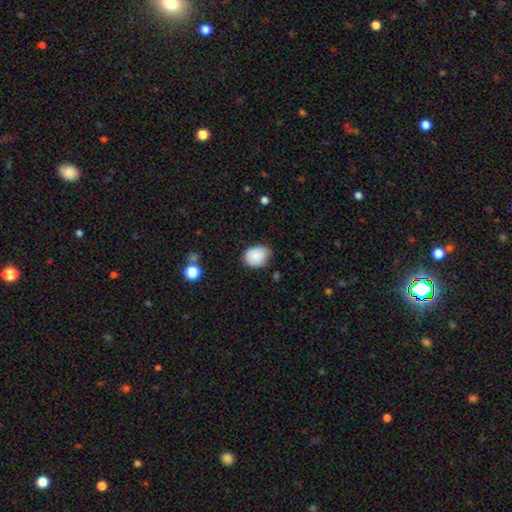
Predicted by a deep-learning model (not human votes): Q: Smooth or featured?
A: smooth (86%); runner-up: star or artifact (8%)
Q: How rounded?
A: round (52%); runner-up: in between (47%)
Q: Merging?
A: none (69%); runner-up: minor disturbance (25%)